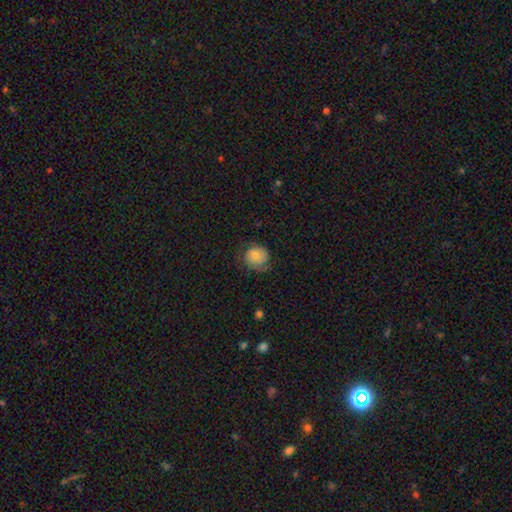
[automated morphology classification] Smooth or featured? smooth (63%)
How rounded? round (79%)
Merging? none (62%)